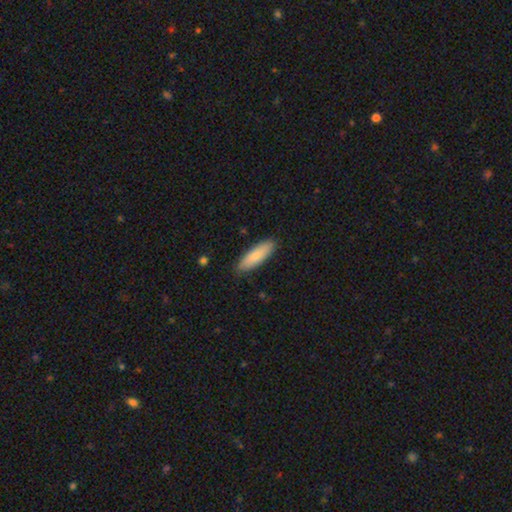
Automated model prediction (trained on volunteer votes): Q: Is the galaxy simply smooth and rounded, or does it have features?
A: smooth — 77%.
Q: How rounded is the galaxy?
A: in between — 53%.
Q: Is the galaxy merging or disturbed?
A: none — 85%.